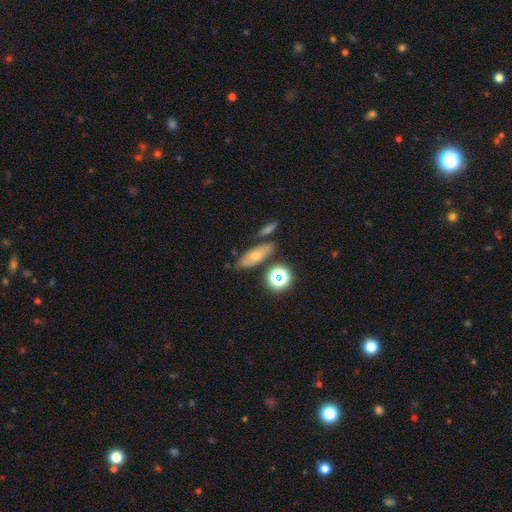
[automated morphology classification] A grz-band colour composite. It shows a smooth galaxy with no disk features (61%) that is in between round and cigar-shaped (64%). Merging: none (72%).